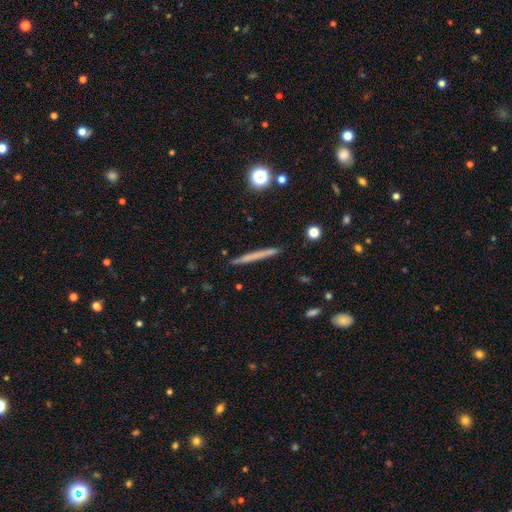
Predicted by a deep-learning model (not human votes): The model was most divided on "smooth or featured": smooth: 57%, featured or disk: 35%, star or artifact: 8%. More confident: how rounded — cigar-shaped (96%); merging — none (90%).